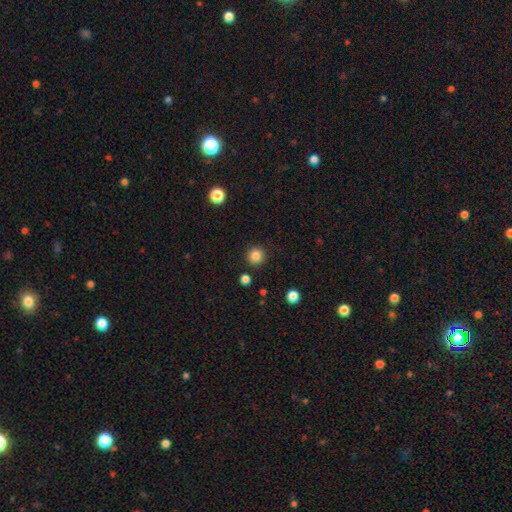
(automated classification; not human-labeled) This is clearly a smooth galaxy (84%). How rounded: clearly round (94%). Merging: clearly none (90%).